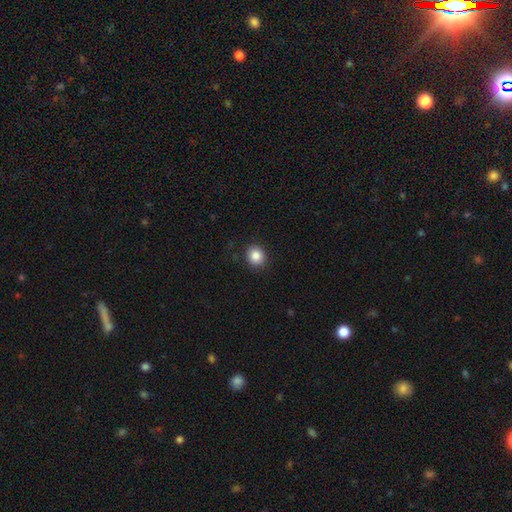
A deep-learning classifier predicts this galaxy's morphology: Q: Smooth or featured?
A: smooth (86%); runner-up: star or artifact (10%)
Q: How rounded?
A: round (80%); runner-up: in between (19%)
Q: Merging?
A: none (90%); runner-up: minor disturbance (7%)